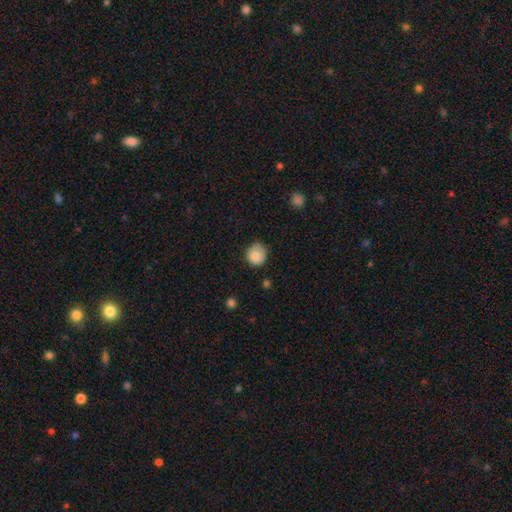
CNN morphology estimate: Smooth or featured? smooth (84%)
How rounded? round (84%)
Merging? none (58%)